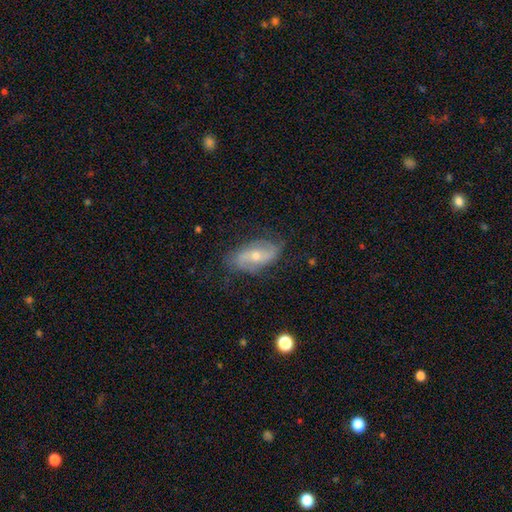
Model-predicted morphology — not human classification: Smooth or featured?
  - featured or disk: 70% *
  - smooth: 22%
  - star or artifact: 7%
Edge-on disk?
  - no: 92% *
  - yes: 8%
Bar?
  - no: 48% *
  - weak: 36%
  - strong: 17%
Spiral arms?
  - yes: 87% *
  - no: 13%
Spiral winding?
  - loose: 47% *
  - medium: 34%
  - tight: 20%
Spiral arm count?
  - 2: 80% *
  - can't tell: 12%
  - 3: 3%
  - 1: 2%
  - 4: 1%
  - more than 4: 1%
Bulge size?
  - small: 50% *
  - moderate: 46%
  - large: 2%
  - none: 1%
  - dominant: 1%
Merging?
  - none: 72% *
  - minor disturbance: 20%
  - major disturbance: 7%
  - merger: 1%